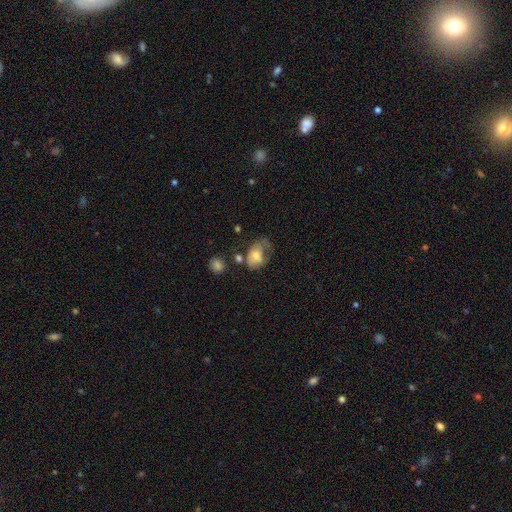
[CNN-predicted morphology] A smooth galaxy with no disk features (63%) that is in between round and cigar-shaped (75%). Merging: major disturbance (35%).